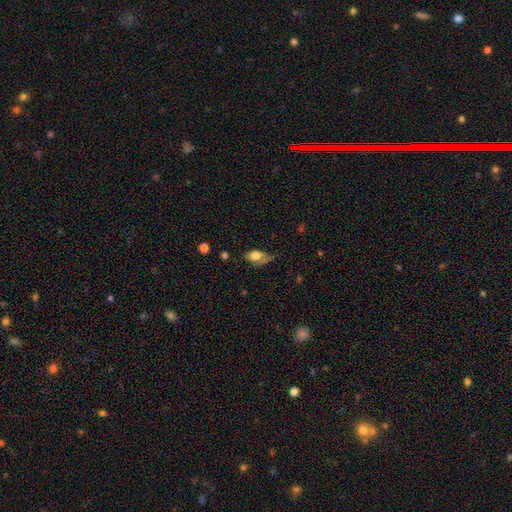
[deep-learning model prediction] smooth-or-featured: smooth: 74% | featured or disk: 18% | star or artifact: 8%
  how-rounded: in between: 89% | round: 7% | cigar-shaped: 5%
  merging: minor disturbance: 38% | none: 35% | major disturbance: 24% | merger: 3%